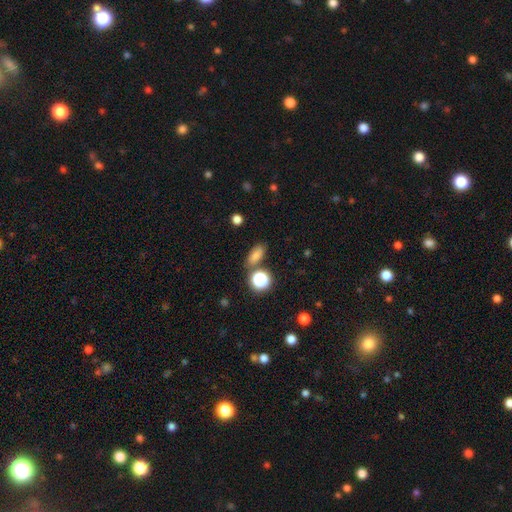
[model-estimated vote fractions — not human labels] smooth 76%, star or artifact 17%, featured or disk 7%. Down the decision tree: how rounded — in between (77%); merging — none (76%).